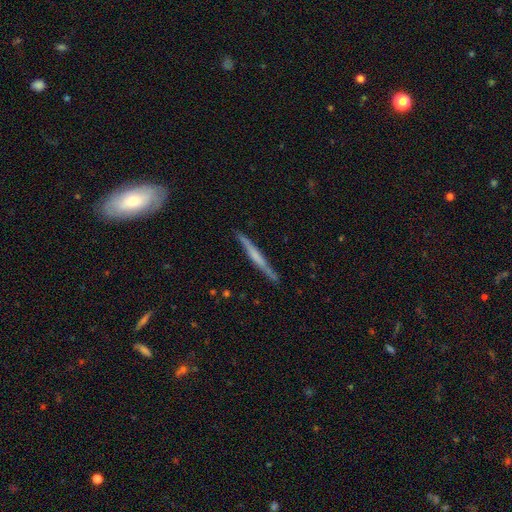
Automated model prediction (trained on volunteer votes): Smooth or featured: featured or disk — 60% (smooth — 34%)
Edge-on disk: yes — 96% (no — 4%)
Edge-on bulge: none — 54% (rounded — 26%)
Merging: none — 86% (minor disturbance — 11%)